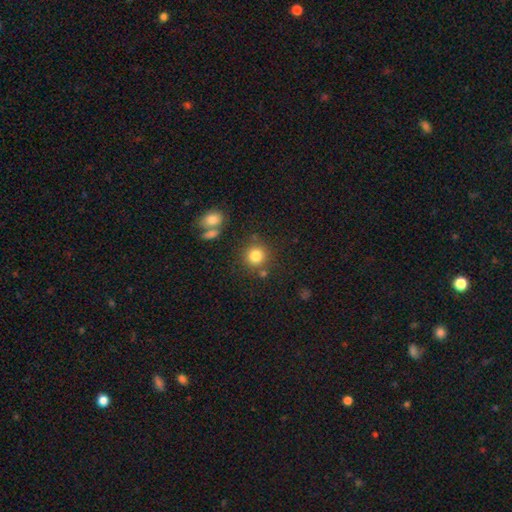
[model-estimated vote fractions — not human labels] Smooth or featured? Predicted: smooth (p=0.82). How rounded? Predicted: round (p=0.92). Merging? Predicted: none (p=0.77).